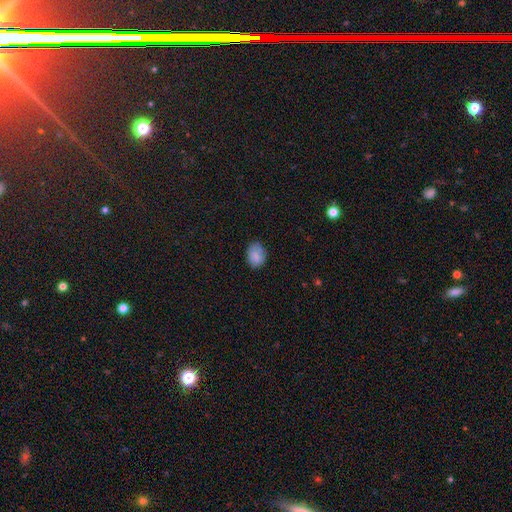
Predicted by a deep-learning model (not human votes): Morphology: type=smooth (84%); roundness=in between (67%); merging=none (75%).